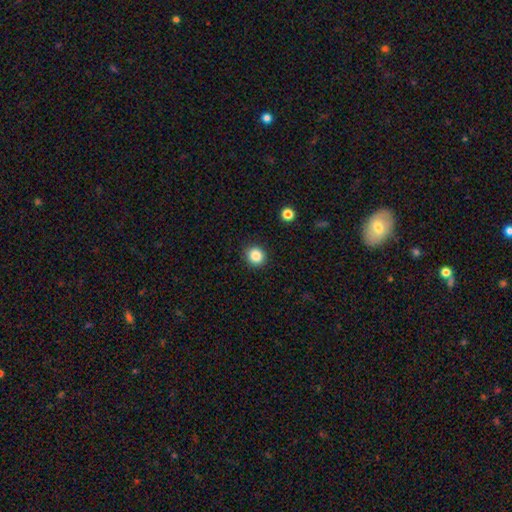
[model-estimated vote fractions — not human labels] Overall: smooth (86%). How rounded: round (88%). Merging: none (90%).